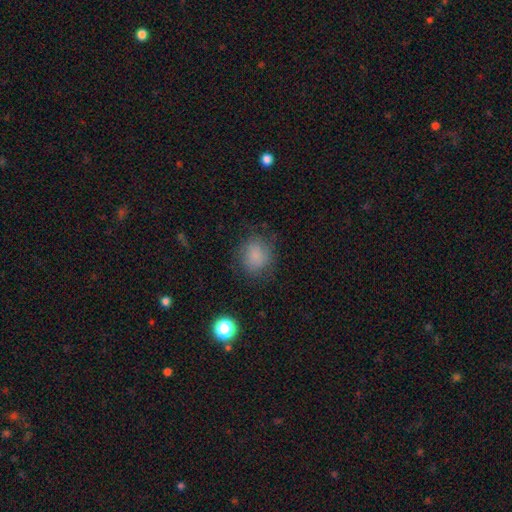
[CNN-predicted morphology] smooth-or-featured: smooth: 80% | star or artifact: 11% | featured or disk: 8%
  how-rounded: round: 73% | in between: 26% | cigar-shaped: 1%
  merging: none: 76% | minor disturbance: 16% | major disturbance: 7% | merger: 1%